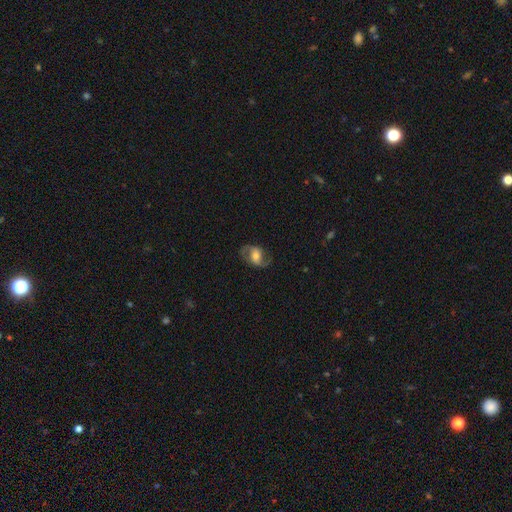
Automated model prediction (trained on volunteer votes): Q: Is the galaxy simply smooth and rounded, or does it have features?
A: featured or disk — 68%.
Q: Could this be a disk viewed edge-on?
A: no — 95%.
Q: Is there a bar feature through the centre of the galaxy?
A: no — 43%.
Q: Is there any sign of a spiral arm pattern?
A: yes — 84%.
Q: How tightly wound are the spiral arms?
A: medium — 47%.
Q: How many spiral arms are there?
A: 2 — 88%.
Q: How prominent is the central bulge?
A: moderate — 57%.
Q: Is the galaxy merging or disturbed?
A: none — 73%.